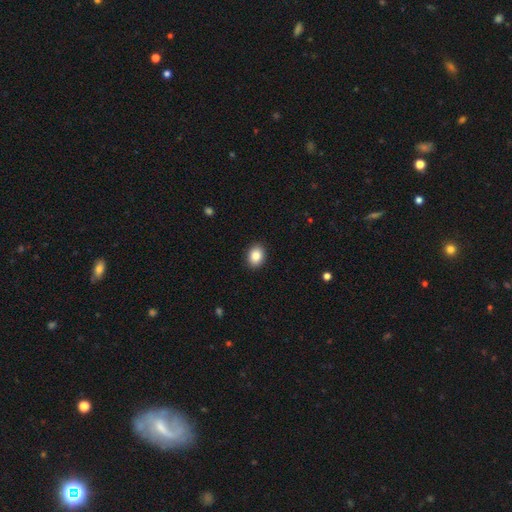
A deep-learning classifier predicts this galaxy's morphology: Smooth or featured: smooth — 86% (star or artifact — 9%)
How rounded: in between — 61% (round — 38%)
Merging: none — 91% (minor disturbance — 6%)